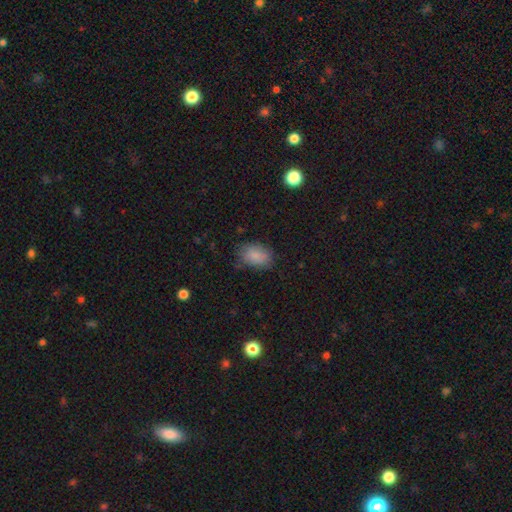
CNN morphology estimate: Smooth or featured: smooth — 82% (featured or disk — 9%)
How rounded: in between — 82% (round — 17%)
Merging: none — 70% (minor disturbance — 22%)